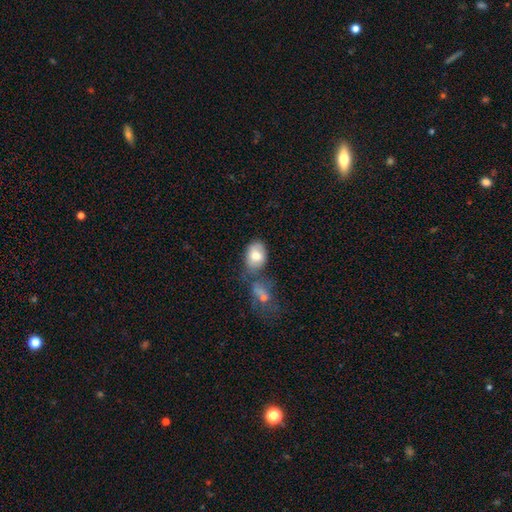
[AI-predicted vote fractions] Smooth or featured? Predicted: smooth (p=0.76). How rounded? Predicted: in between (p=0.79). Merging? Predicted: none (p=0.39).